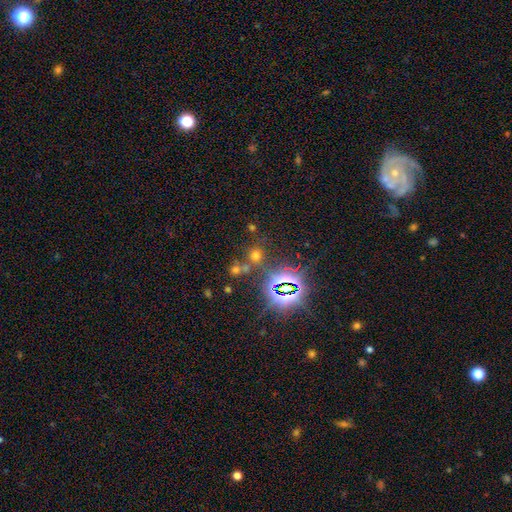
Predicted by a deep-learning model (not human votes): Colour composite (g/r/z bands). It shows a smooth galaxy with no disk features (48%). Merging: none (69%).